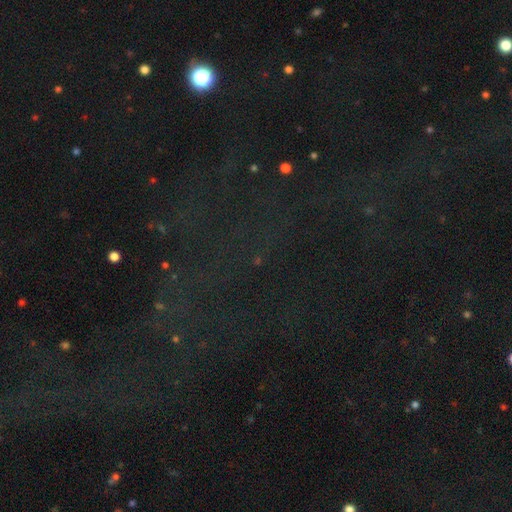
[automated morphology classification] Smooth or featured? Predicted: star or artifact (p=0.73).